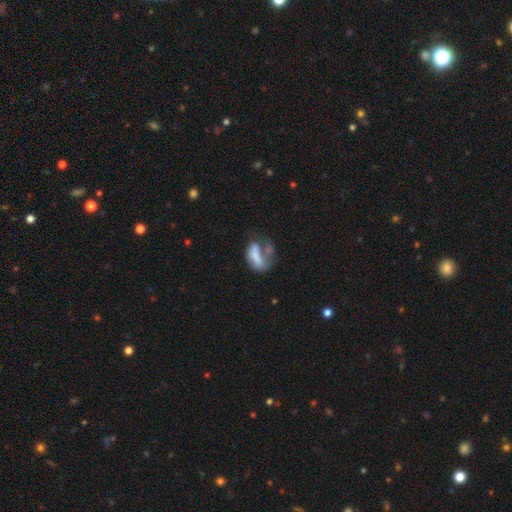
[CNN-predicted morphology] Overall: smooth (57%; featured or disk 33%). How rounded: in between (75%). Merging: major disturbance (38%; merger 25%).